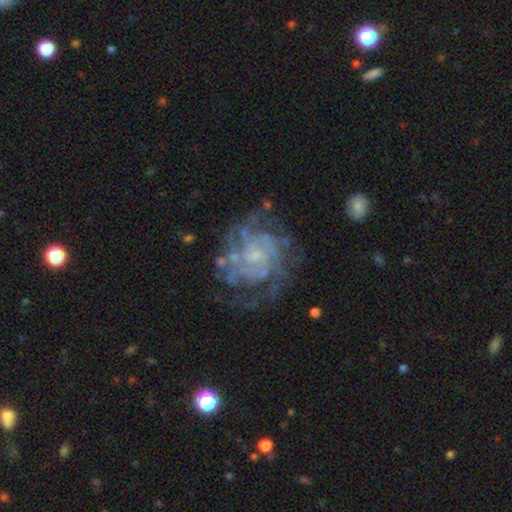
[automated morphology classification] A featured or disk galaxy (84%) with no bar (67%), tight (57%) spiral arms (89%) and a small central bulge (56%).

Vote fractions:
- Smooth or featured? featured or disk: 84% / smooth: 9% / star or artifact: 8%
- Edge-on disk? no: 98% / yes: 2%
- Bar? no: 67% / weak: 28% / strong: 5%
- Spiral arms? yes: 89% / no: 11%
- Spiral winding? tight: 57% / medium: 34% / loose: 10%
- Spiral arm count? can't tell: 41% / 3: 16% / 4: 15% / 2: 14% / more than 4: 8% / 1: 6%
- Bulge size? small: 56% / none: 21% / moderate: 20% / large: 2% / dominant: 1%
- Merging? none: 64% / minor disturbance: 18% / major disturbance: 15% / merger: 3%